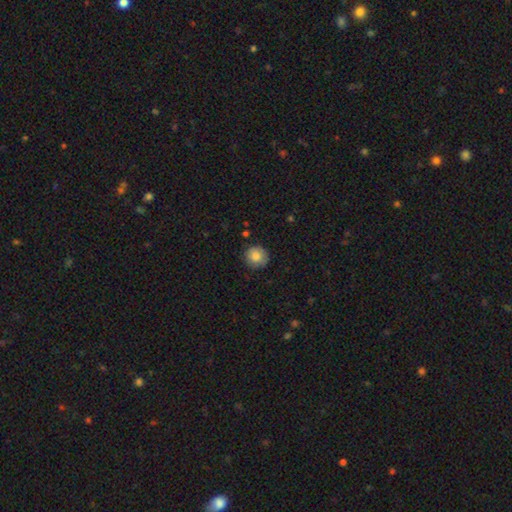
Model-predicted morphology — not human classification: Smooth or featured? Predicted: smooth (p=0.79). How rounded? Predicted: round (p=0.92). Merging? Predicted: none (p=0.84).